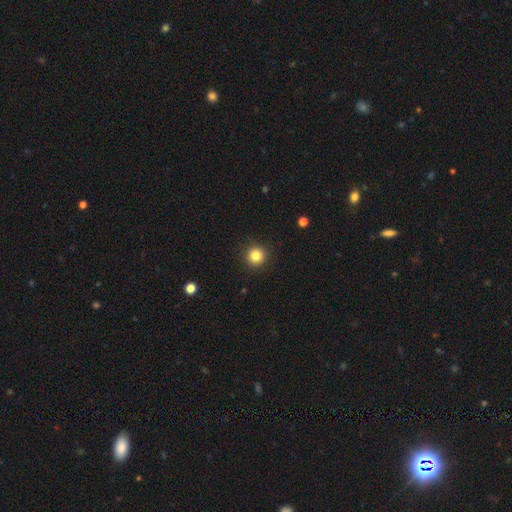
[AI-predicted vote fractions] Overall: smooth (83%). How rounded: round (96%). Merging: none (93%).